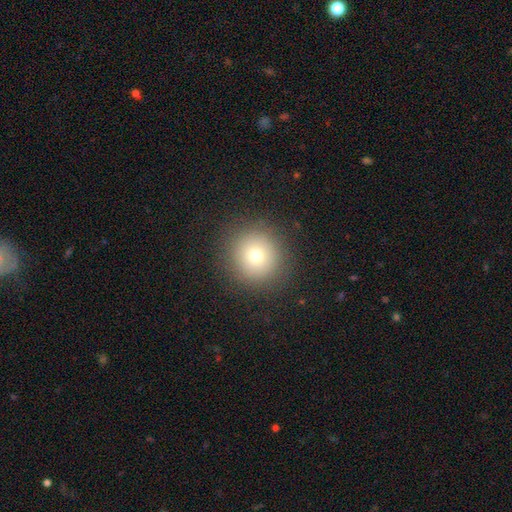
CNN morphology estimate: Smooth or featured: smooth — 73% (star or artifact — 15%)
How rounded: round — 94% (in between — 5%)
Merging: none — 90% (minor disturbance — 6%)